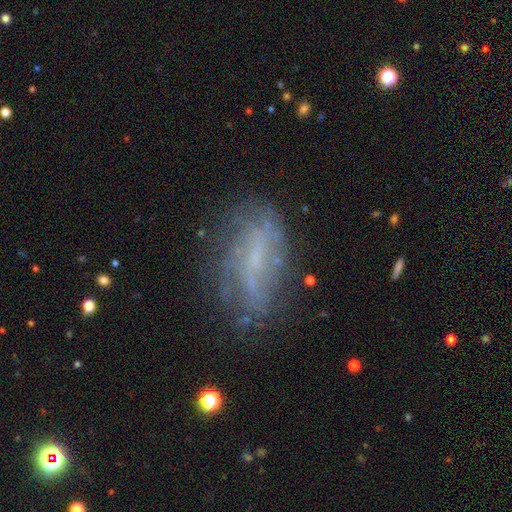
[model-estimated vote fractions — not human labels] This is likely a featured or disk galaxy (62%). It is clearly not viewed edge-on (87%). Bar: possibly no (46%). Spiral arm pattern: possibly yes (59%). Central bulge: possibly small (50%). Merging: likely none (64%).